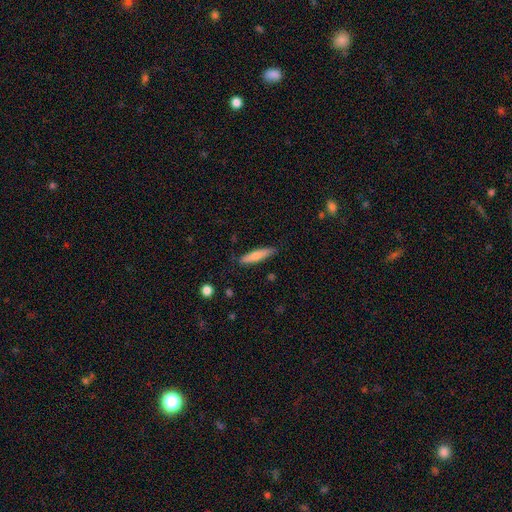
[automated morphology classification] This appears to be a smooth galaxy with no disk features (72%) that is cigar-shaped (82%). Merging: none (85%).